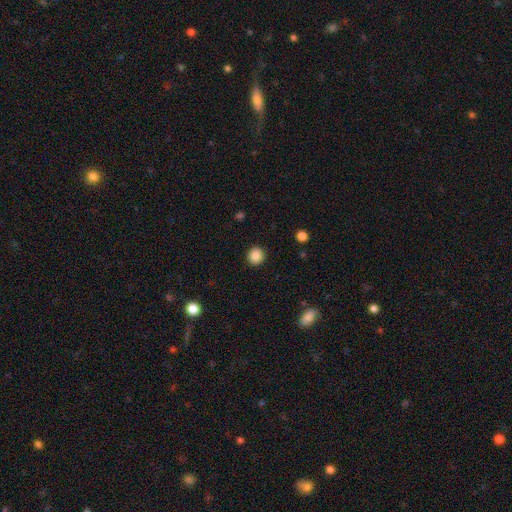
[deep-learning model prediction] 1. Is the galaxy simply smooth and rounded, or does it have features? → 87% smooth, 10% star or artifact, 3% featured or disk.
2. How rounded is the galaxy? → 92% round, 7% in between, 1% cigar-shaped.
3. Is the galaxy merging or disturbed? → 92% none, 5% minor disturbance, 2% major disturbance, 1% merger.